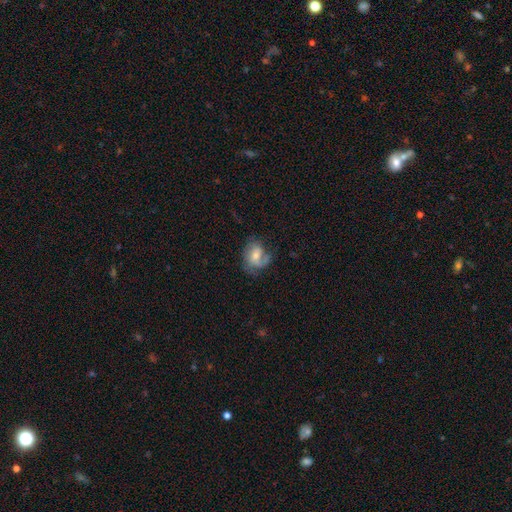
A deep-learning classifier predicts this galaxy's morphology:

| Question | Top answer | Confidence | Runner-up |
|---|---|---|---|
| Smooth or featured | featured or disk | 55% | smooth (37%) |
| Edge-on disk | no | 97% | yes (3%) |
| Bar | no | 60% | weak (32%) |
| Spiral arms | yes | 80% | no (20%) |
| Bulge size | moderate | 48% | small (44%) |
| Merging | none | 51% | minor disturbance (27%) |